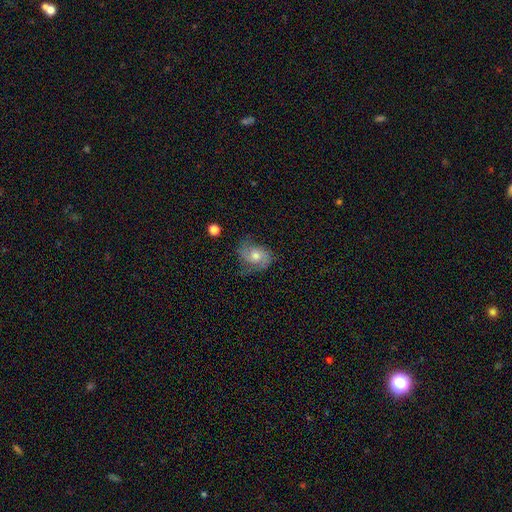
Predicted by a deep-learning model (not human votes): smooth-or-featured: featured or disk: 54% | smooth: 36% | star or artifact: 10%
  disk-edge-on: no: 96% | yes: 4%
    bar: no: 76% | weak: 20% | strong: 3%
    has-spiral-arms: yes: 84% | no: 16%
    bulge-size: moderate: 65% | small: 24% | large: 8% | none: 2% | dominant: 1%
  merging: none: 57% | minor disturbance: 26% | major disturbance: 14% | merger: 2%